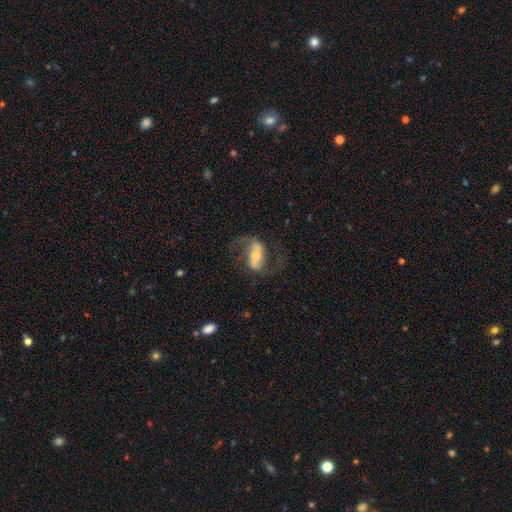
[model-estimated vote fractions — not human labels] Smooth or featured: featured or disk — 70% (smooth — 23%)
Edge-on disk: no — 92% (yes — 8%)
Bar: strong — 52% (weak — 30%)
Spiral arms: yes — 86% (no — 14%)
Spiral winding: loose — 51% (medium — 39%)
Spiral arm count: 2 — 90% (can't tell — 5%)
Bulge size: moderate — 51% (small — 31%)
Merging: none — 64% (major disturbance — 19%)